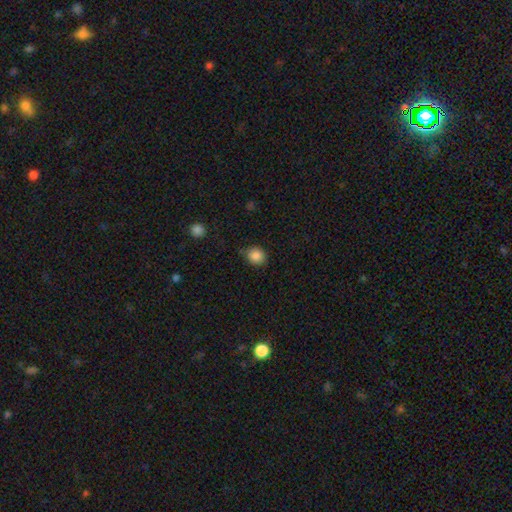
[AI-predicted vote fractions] A smooth galaxy with no disk features (87%) that is round (68%). Merging: none (81%).